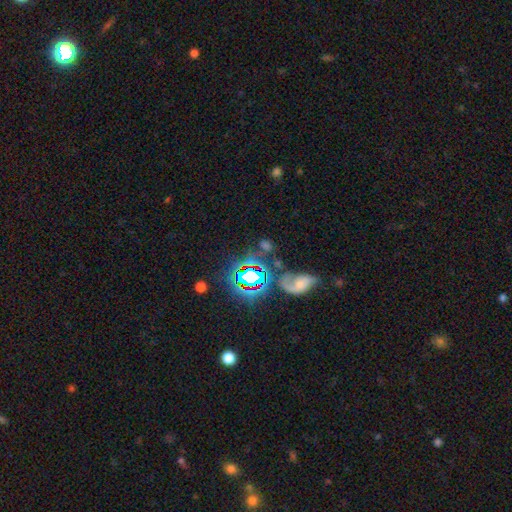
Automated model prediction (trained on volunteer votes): Q: Smooth or featured?
A: star or artifact (63%); runner-up: smooth (19%)